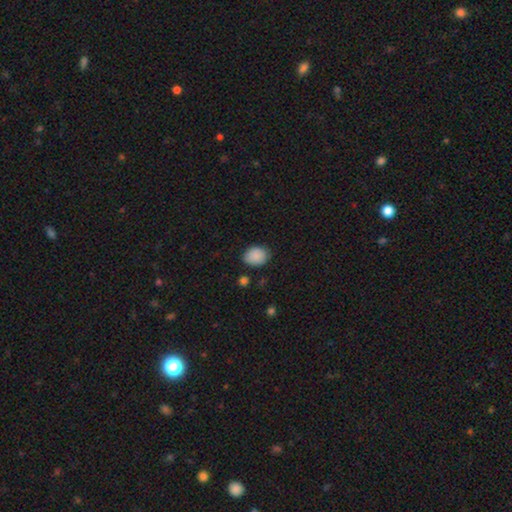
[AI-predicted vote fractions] smooth 89%, star or artifact 8%, featured or disk 3%. Down the decision tree: how rounded — in between (62%); merging — none (83%).